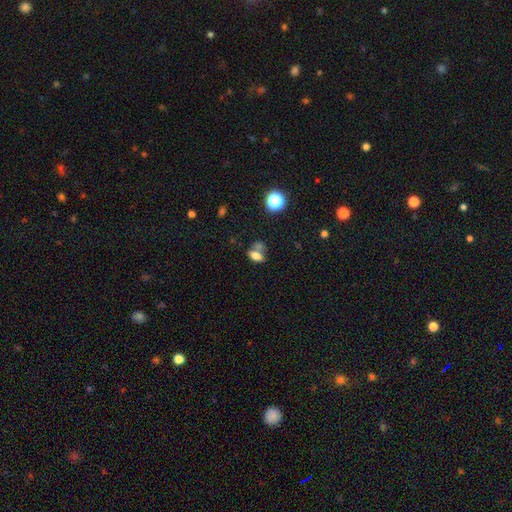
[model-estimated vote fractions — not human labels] Smooth or featured? Predicted: smooth (p=0.71). How rounded? Predicted: in between (p=0.80). Merging? Predicted: none (p=0.41).